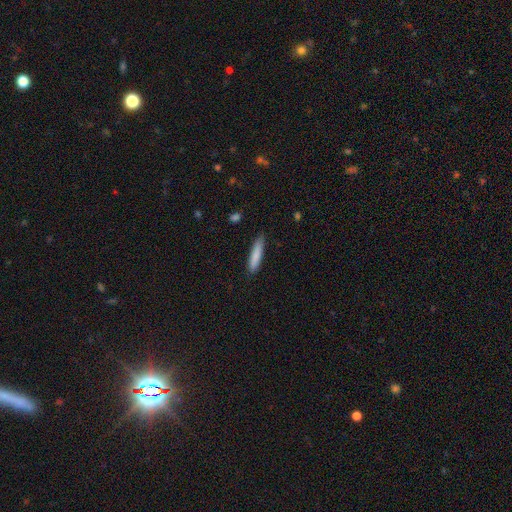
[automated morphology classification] A smooth galaxy with no disk features (83%) that is cigar-shaped (86%). Merging: none (85%).